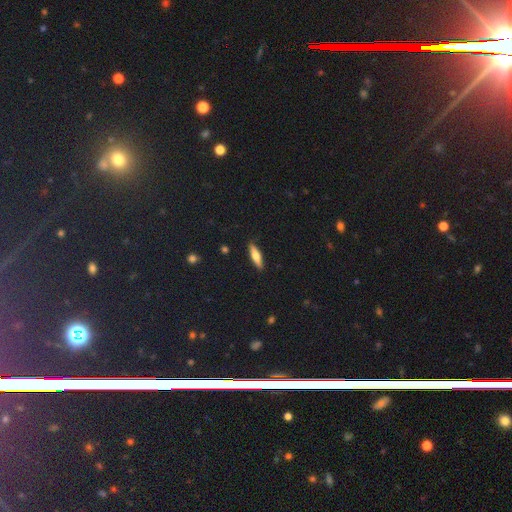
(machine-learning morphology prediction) This is possibly a smooth galaxy (56%). How rounded: likely cigar-shaped (70%). Merging: clearly none (90%).